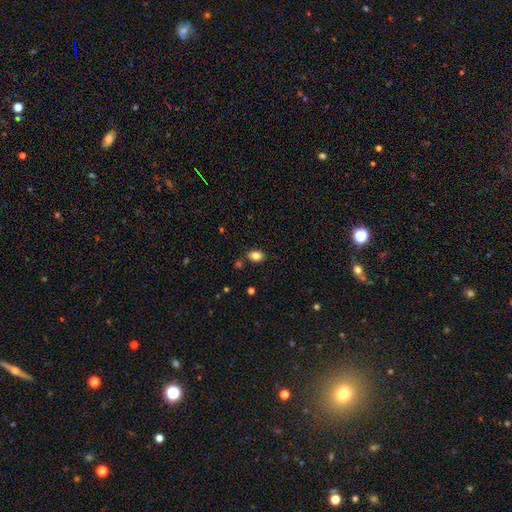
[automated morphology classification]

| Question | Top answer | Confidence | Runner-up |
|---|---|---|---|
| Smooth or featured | smooth | 84% | star or artifact (10%) |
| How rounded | in between | 81% | round (17%) |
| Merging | none | 80% | minor disturbance (12%) |